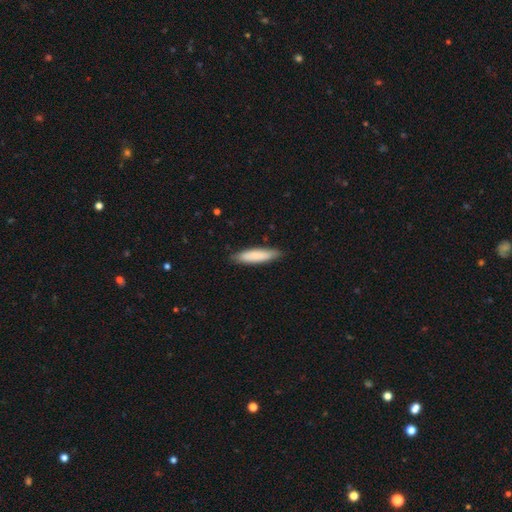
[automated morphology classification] This appears to be a smooth galaxy with no disk features (82%) that is cigar-shaped (75%). Merging: none (85%).